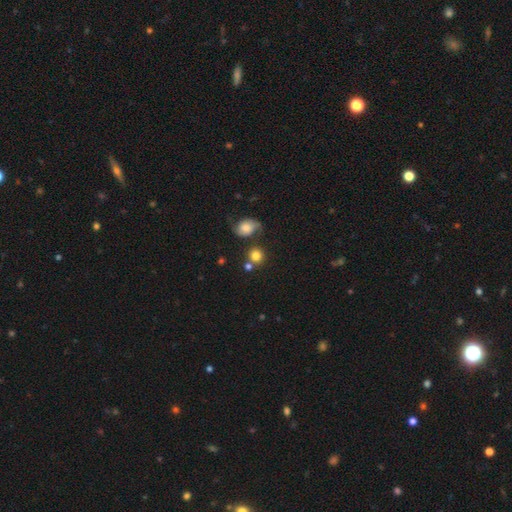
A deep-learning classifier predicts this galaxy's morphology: smooth-or-featured: smooth: 79% | star or artifact: 11% | featured or disk: 10%
  how-rounded: round: 87% | in between: 12% | cigar-shaped: 1%
  merging: none: 65% | merger: 18% | minor disturbance: 12% | major disturbance: 5%